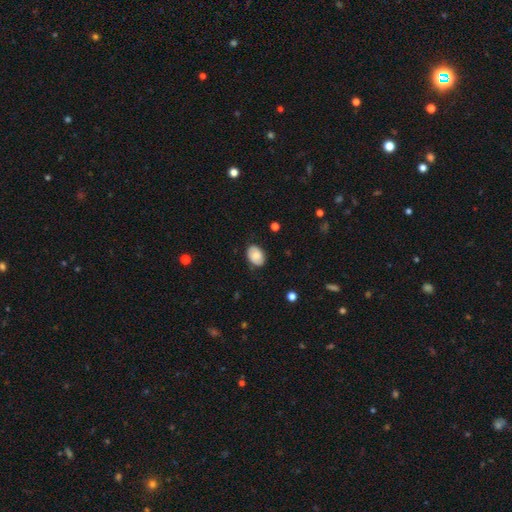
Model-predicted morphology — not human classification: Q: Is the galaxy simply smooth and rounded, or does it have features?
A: smooth — 70%.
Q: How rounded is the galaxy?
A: in between — 80%.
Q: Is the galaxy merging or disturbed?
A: none — 80%.